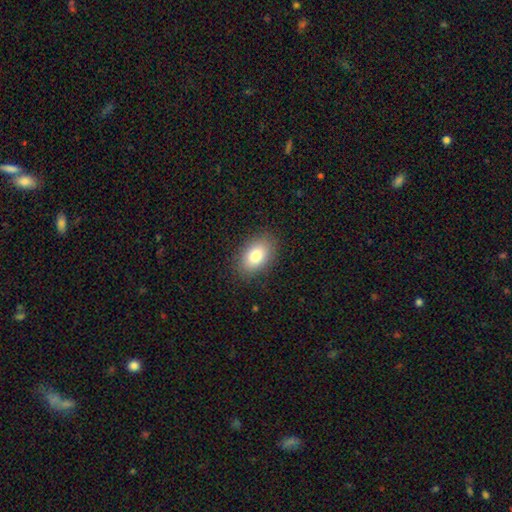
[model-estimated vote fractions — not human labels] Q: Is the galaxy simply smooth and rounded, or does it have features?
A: smooth — 81%.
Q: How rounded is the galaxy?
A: in between — 89%.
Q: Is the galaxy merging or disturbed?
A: none — 87%.